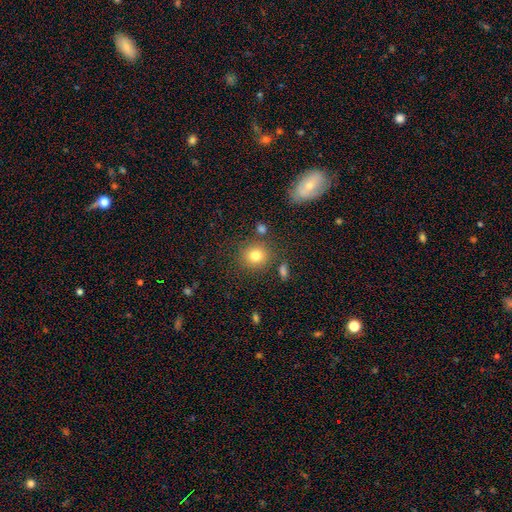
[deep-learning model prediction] Smooth or featured? Predicted: smooth (p=0.80). How rounded? Predicted: round (p=0.86). Merging? Predicted: none (p=0.81).